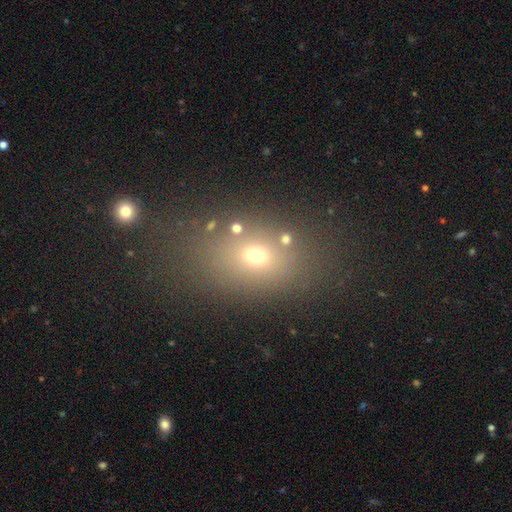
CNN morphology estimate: Q: Smooth or featured?
A: smooth (62%); runner-up: star or artifact (22%)
Q: How rounded?
A: in between (71%); runner-up: round (27%)
Q: Merging?
A: none (74%); runner-up: minor disturbance (12%)